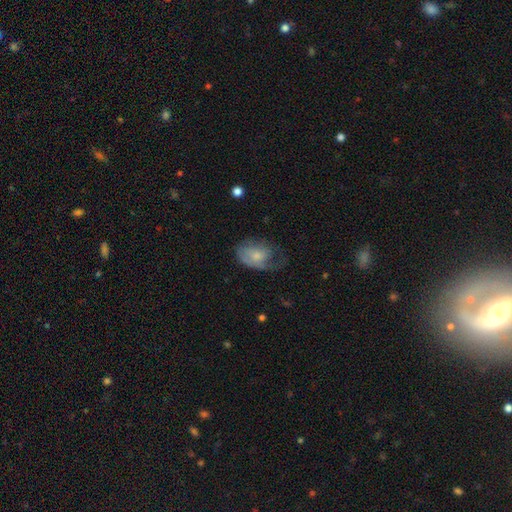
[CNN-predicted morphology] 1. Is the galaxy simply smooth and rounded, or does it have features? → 57% smooth, 36% featured or disk, 7% star or artifact.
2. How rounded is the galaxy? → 81% in between, 18% round, 1% cigar-shaped.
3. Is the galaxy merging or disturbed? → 35% major disturbance, 33% none, 31% minor disturbance, 2% merger.